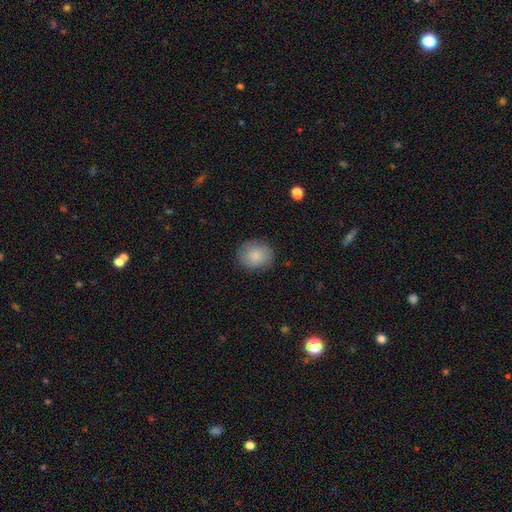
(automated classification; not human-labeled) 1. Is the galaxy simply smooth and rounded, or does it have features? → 85% smooth, 8% featured or disk, 7% star or artifact.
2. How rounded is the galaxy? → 71% round, 29% in between, 1% cigar-shaped.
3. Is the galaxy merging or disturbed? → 85% none, 11% minor disturbance, 3% major disturbance, 1% merger.